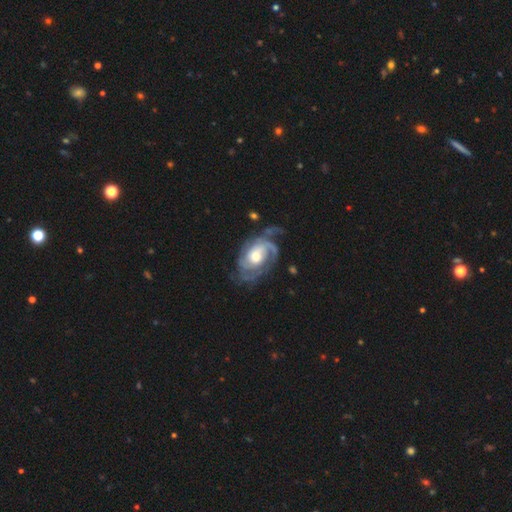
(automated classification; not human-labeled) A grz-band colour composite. It shows a featured or disk galaxy (88%) with no bar (64%), 2 (30%) tight (51%) spiral arms (96%) and a moderate central bulge (56%). Merging: none (59%).